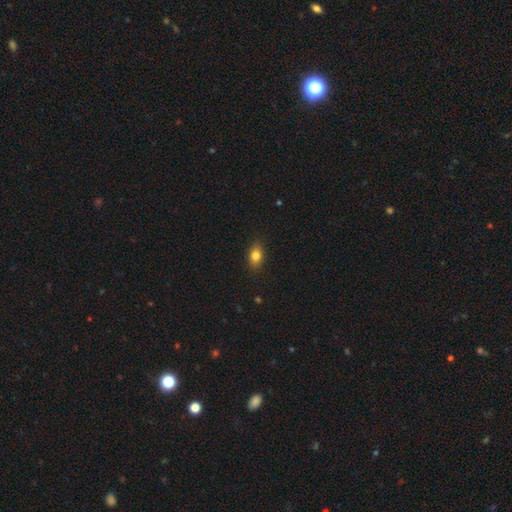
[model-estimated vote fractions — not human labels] smooth_or_featured: smooth (p=0.81) [alt: featured or disk p=0.10]
how_rounded: in between (p=0.80) [alt: round p=0.17]
merging: none (p=0.86) [alt: minor disturbance p=0.11]